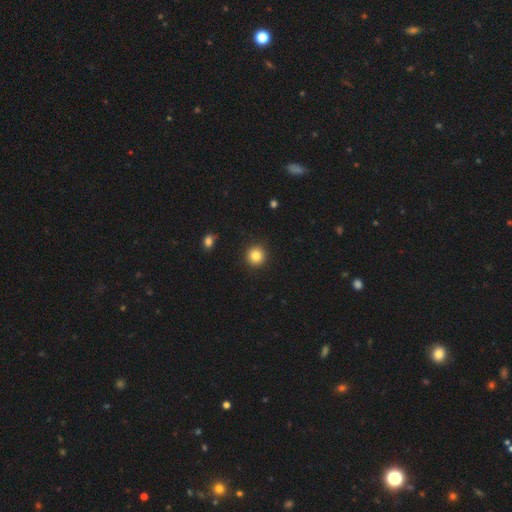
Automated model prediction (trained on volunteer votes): Smooth or featured? smooth (84%)
How rounded? round (94%)
Merging? none (91%)